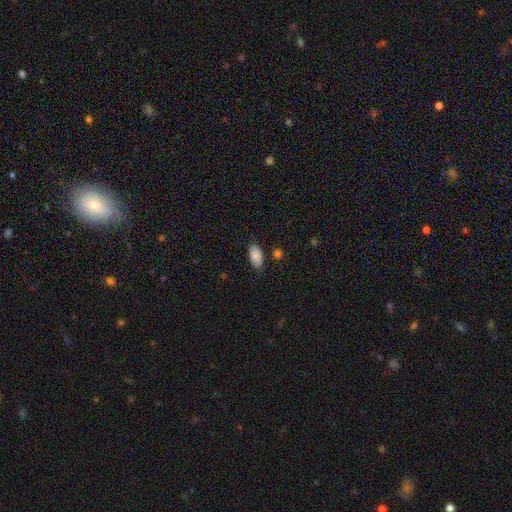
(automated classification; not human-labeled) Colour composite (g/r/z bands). It shows a smooth galaxy with no disk features (87%) that is in between round and cigar-shaped (93%). Merging: none (80%).